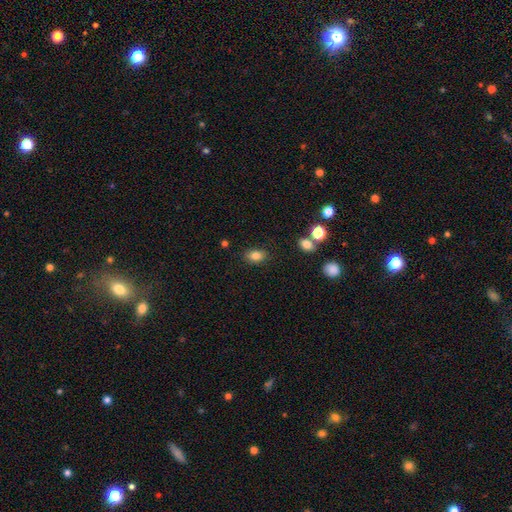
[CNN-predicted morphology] smooth 83%, star or artifact 10%, featured or disk 7%. Down the decision tree: how rounded — in between (79%); merging — none (84%).